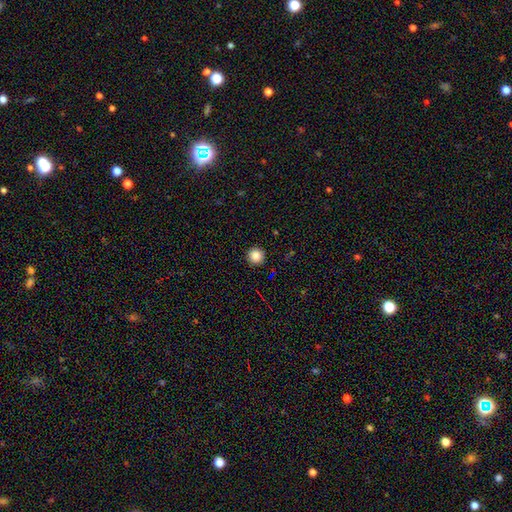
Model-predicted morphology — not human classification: The model was most divided on "smooth or featured": smooth: 85%, star or artifact: 11%, featured or disk: 4%. More confident: how rounded — round (96%); merging — none (93%).